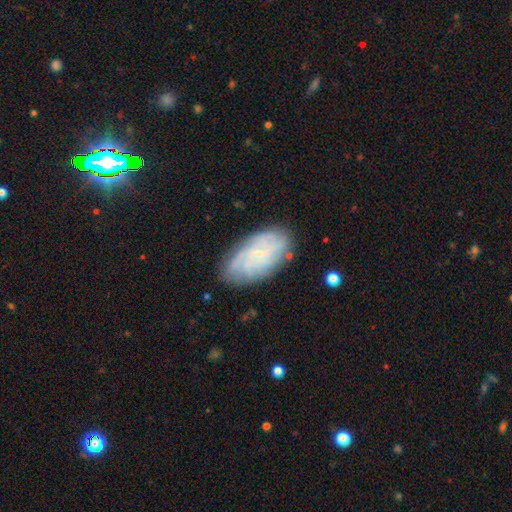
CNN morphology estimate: smooth-or-featured: featured or disk: 56% | smooth: 29% | star or artifact: 15%
  disk-edge-on: no: 92% | yes: 8%
    bar: no: 74% | weak: 21% | strong: 4%
    has-spiral-arms: yes: 86% | no: 14%
    bulge-size: small: 82% | moderate: 11% | none: 5% | large: 1% | dominant: 1%
  merging: none: 81% | minor disturbance: 14% | major disturbance: 3% | merger: 1%